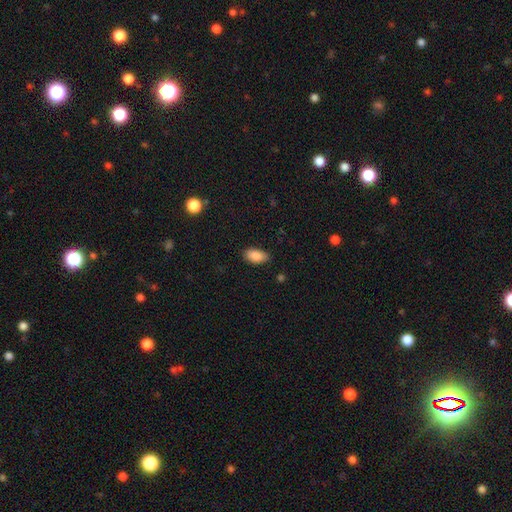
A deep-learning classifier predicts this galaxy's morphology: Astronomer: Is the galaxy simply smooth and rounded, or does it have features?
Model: smooth — 88%.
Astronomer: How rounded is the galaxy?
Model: in between — 92%.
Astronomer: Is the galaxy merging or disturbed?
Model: none — 80%.